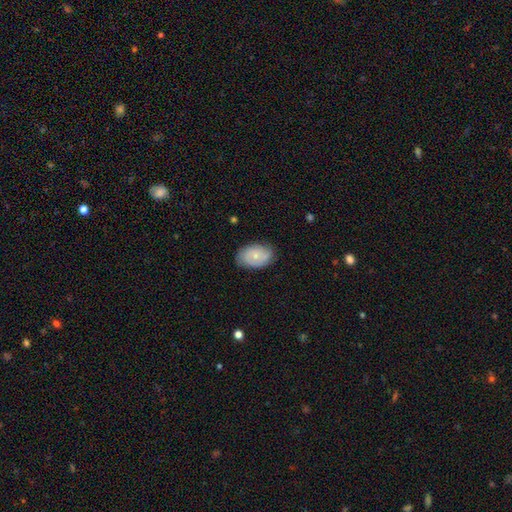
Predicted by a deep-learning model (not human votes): Overall: smooth (53%; featured or disk 39%). How rounded: in between (88%). Merging: none (76%).